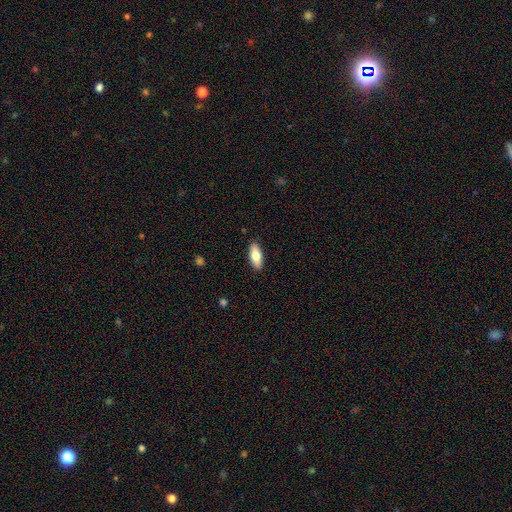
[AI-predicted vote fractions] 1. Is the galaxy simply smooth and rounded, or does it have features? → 77% smooth, 17% featured or disk, 6% star or artifact.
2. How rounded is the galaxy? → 79% in between, 19% cigar-shaped, 2% round.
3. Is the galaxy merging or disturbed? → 89% none, 8% minor disturbance, 2% major disturbance, 1% merger.